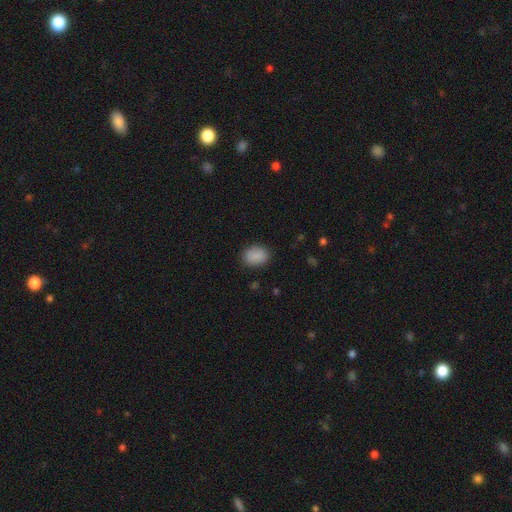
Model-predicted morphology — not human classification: Smooth or featured? smooth (88%)
How rounded? in between (68%)
Merging? none (87%)